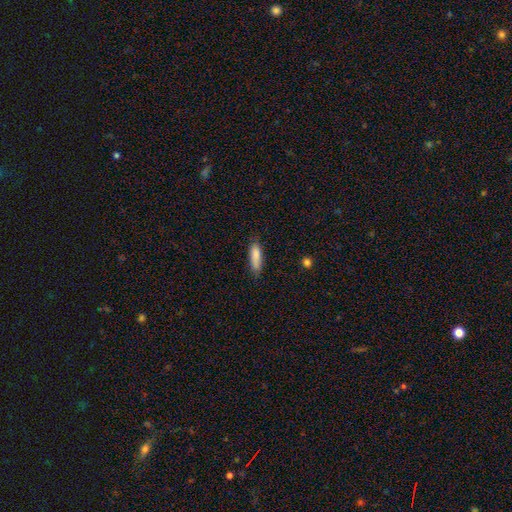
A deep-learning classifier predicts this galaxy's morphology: A smooth galaxy with no disk features (85%) that is cigar-shaped (57%). Merging: none (76%).